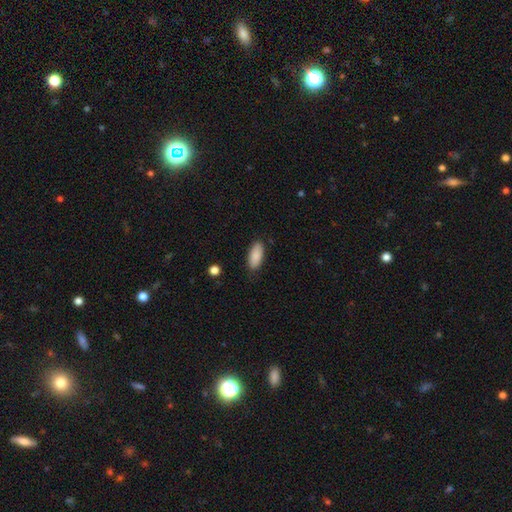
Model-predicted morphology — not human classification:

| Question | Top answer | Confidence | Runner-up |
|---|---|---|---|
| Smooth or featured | smooth | 88% | star or artifact (6%) |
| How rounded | in between | 86% | cigar-shaped (12%) |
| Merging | none | 84% | minor disturbance (12%) |